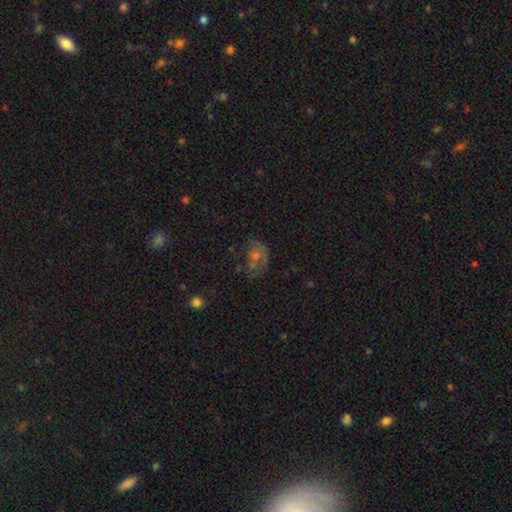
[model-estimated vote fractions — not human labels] Morphology: type=smooth (40%); merging=none (43%).